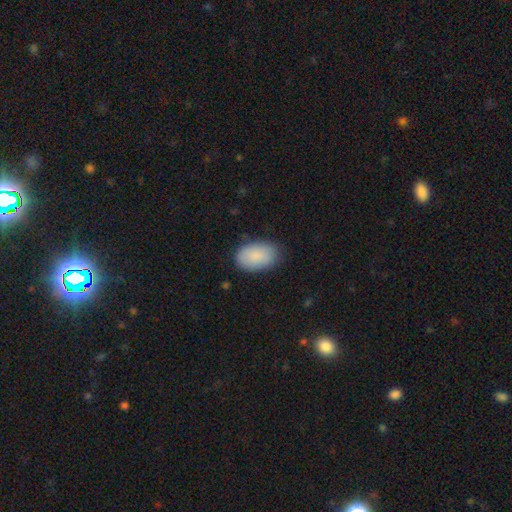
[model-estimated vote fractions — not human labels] A smooth galaxy with no disk features (88%) that is in between round and cigar-shaped (92%). Merging: none (80%).